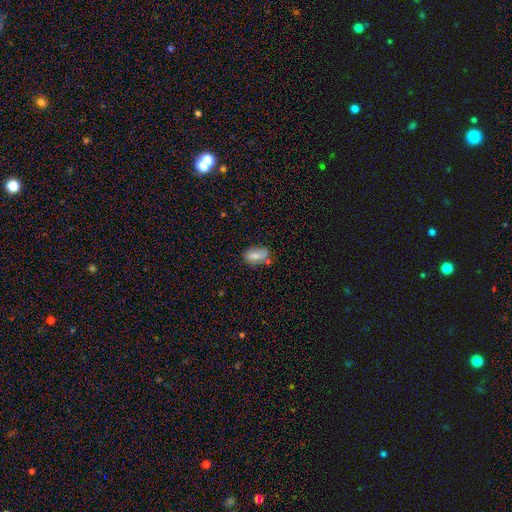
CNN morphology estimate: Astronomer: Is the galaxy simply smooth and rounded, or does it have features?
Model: smooth — 77%.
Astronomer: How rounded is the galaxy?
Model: in between — 89%.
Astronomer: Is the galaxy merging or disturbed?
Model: none — 64%.